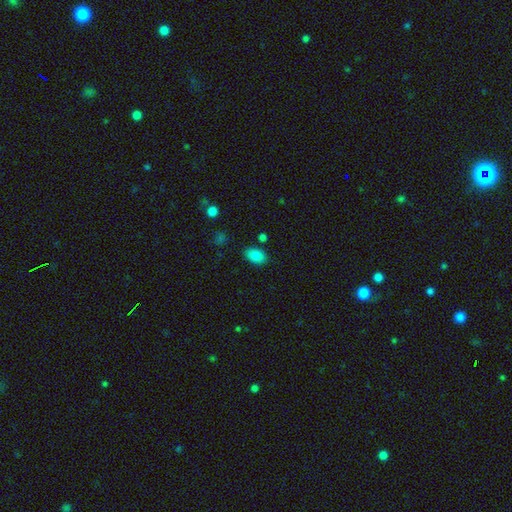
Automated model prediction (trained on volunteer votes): A smooth galaxy with no disk features (86%) that is in between round and cigar-shaped (88%).

Vote fractions:
- Smooth or featured? smooth: 86% / star or artifact: 9% / featured or disk: 5%
- How rounded? in between: 88% / round: 11% / cigar-shaped: 1%
- Merging? none: 82% / minor disturbance: 11% / merger: 3% / major disturbance: 3%